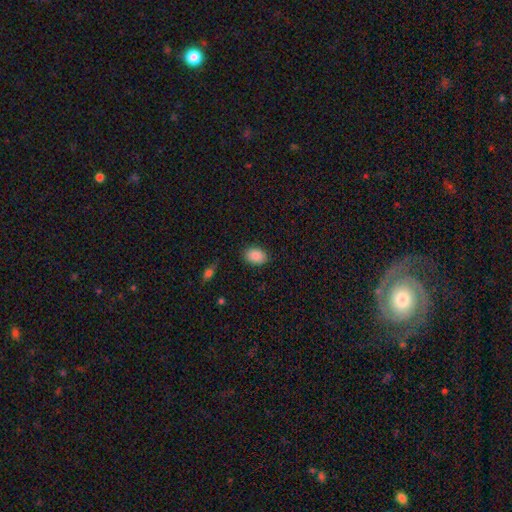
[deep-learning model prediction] Smooth or featured? Predicted: smooth (p=0.88). How rounded? Predicted: in between (p=0.81). Merging? Predicted: none (p=0.86).